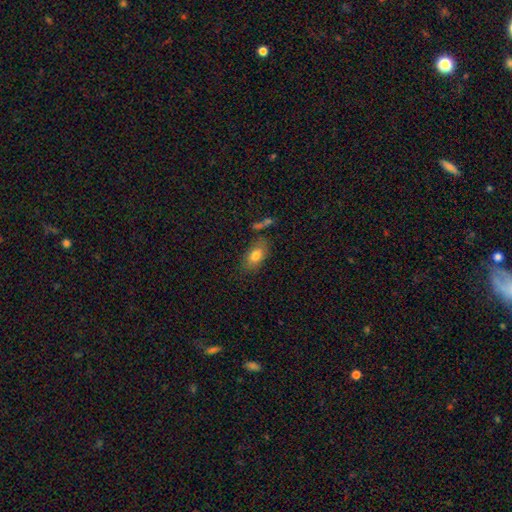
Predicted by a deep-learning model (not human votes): The model was most divided on "merging": none: 73%, minor disturbance: 17%, merger: 6%, major disturbance: 5%. More confident: how rounded — in between (89%); smooth or featured — smooth (77%).